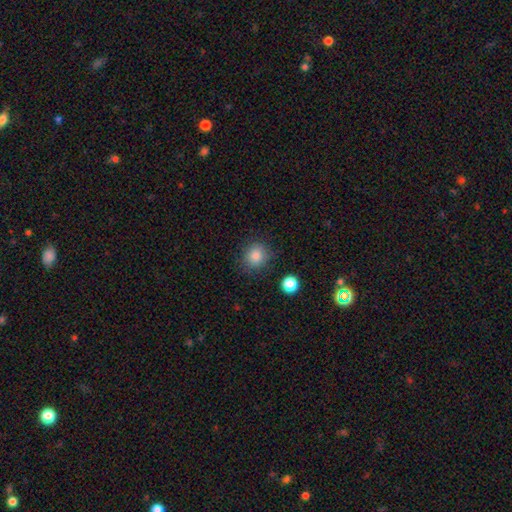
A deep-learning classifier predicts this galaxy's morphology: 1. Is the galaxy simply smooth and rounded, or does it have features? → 85% smooth, 10% star or artifact, 5% featured or disk.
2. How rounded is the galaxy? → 84% round, 15% in between, 1% cigar-shaped.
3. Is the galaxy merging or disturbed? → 84% none, 10% minor disturbance, 3% major disturbance, 2% merger.